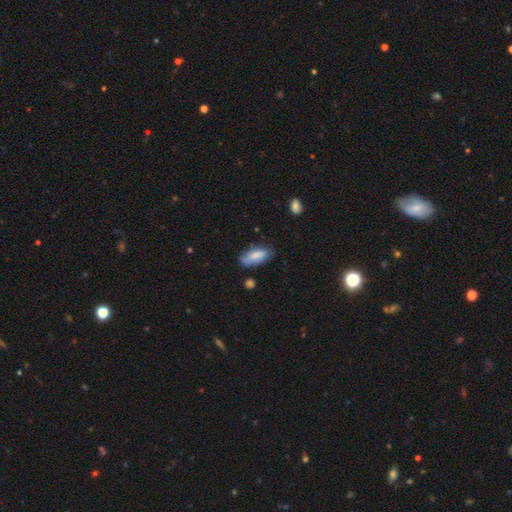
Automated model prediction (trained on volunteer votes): A smooth galaxy with no disk features (77%) that is in between round and cigar-shaped (87%).

Vote fractions:
- Smooth or featured? smooth: 77% / featured or disk: 17% / star or artifact: 6%
- How rounded? in between: 87% / cigar-shaped: 10% / round: 2%
- Merging? none: 64% / minor disturbance: 27% / major disturbance: 6% / merger: 3%